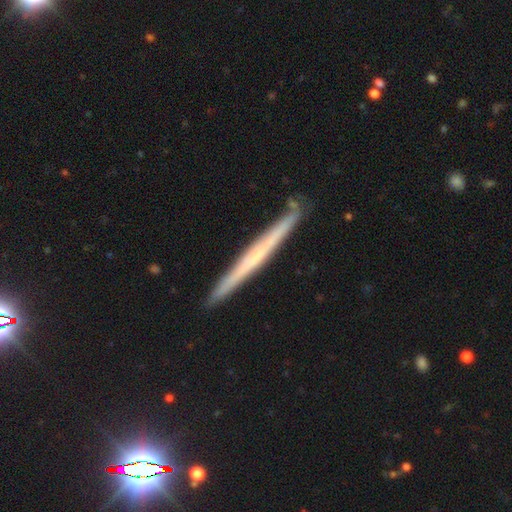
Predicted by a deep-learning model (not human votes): smooth_or_featured: featured or disk (p=0.59) [alt: smooth p=0.34]
disk_edge_on: yes (p=0.97) [alt: no p=0.03]
edge_on_bulge: none (p=0.77) [alt: rounded p=0.17]
merging: none (p=0.89) [alt: minor disturbance p=0.09]